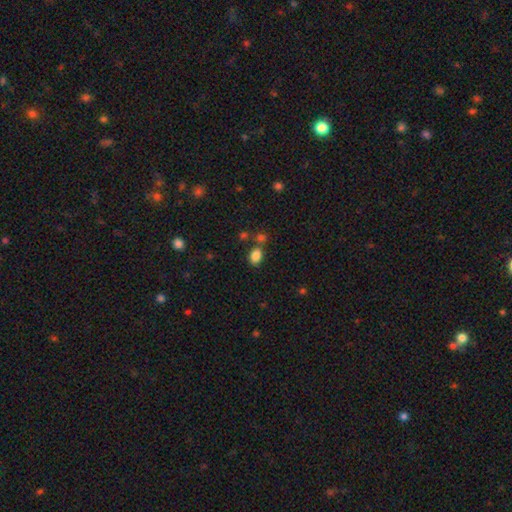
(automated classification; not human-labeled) The model was most divided on "merging": none: 67%, merger: 16%, minor disturbance: 12%, major disturbance: 4%. More confident: smooth or featured — smooth (85%); how rounded — in between (79%).